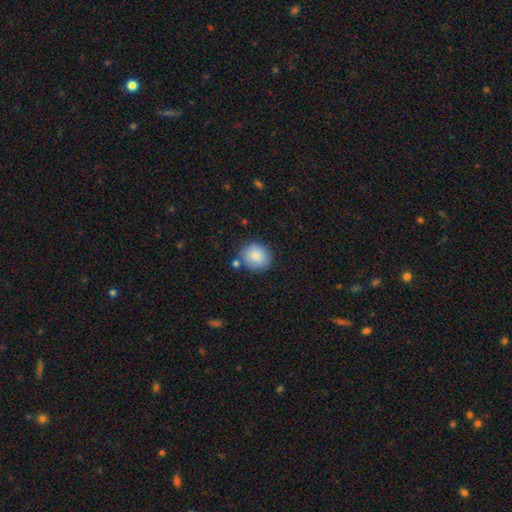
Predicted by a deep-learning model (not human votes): smooth-or-featured: smooth: 84% | featured or disk: 9% | star or artifact: 8%
  how-rounded: round: 81% | in between: 18% | cigar-shaped: 1%
  merging: none: 76% | minor disturbance: 13% | merger: 8% | major disturbance: 3%